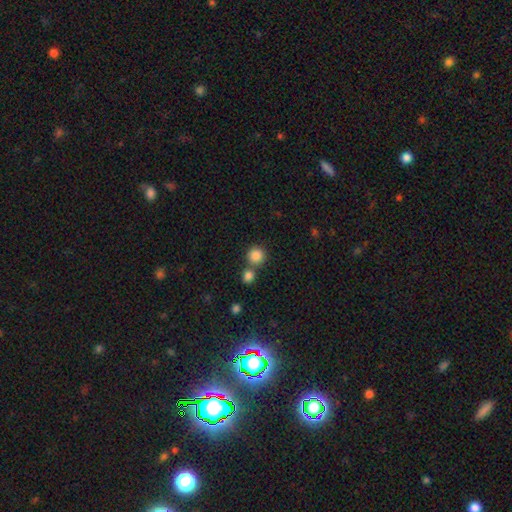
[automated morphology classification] type=smooth (85%); roundness=round (92%); merging=none (64%).